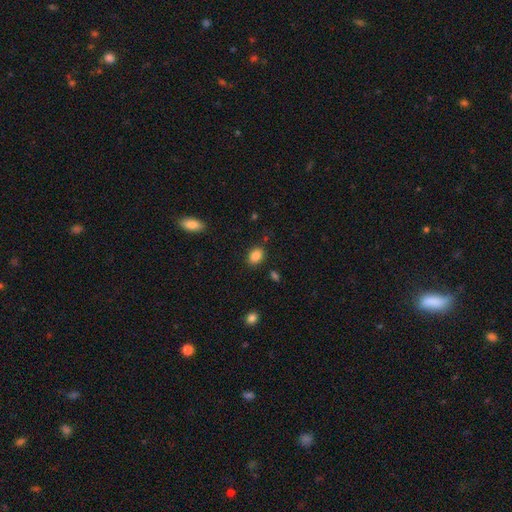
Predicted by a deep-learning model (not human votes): Morphology: type=smooth (86%); roundness=in between (68%); merging=none (84%).